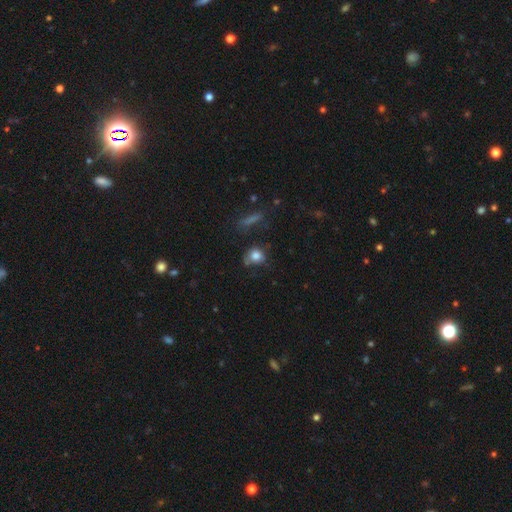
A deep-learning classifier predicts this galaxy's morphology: This appears to be a smooth galaxy with no disk features (78%) that is round (70%). Merging: none (55%).